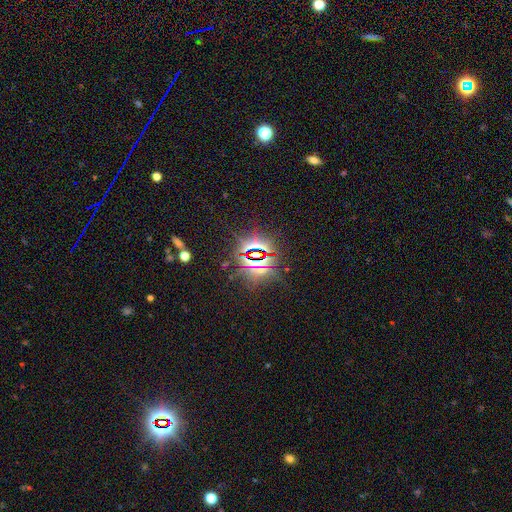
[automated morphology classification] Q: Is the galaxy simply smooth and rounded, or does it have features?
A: star or artifact — 84%.